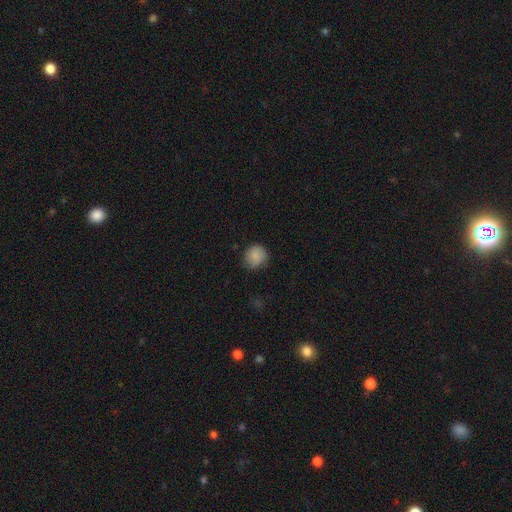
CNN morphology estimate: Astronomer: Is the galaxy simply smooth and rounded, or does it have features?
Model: smooth — 84%.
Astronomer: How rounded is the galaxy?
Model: round — 83%.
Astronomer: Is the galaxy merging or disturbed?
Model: none — 73%.